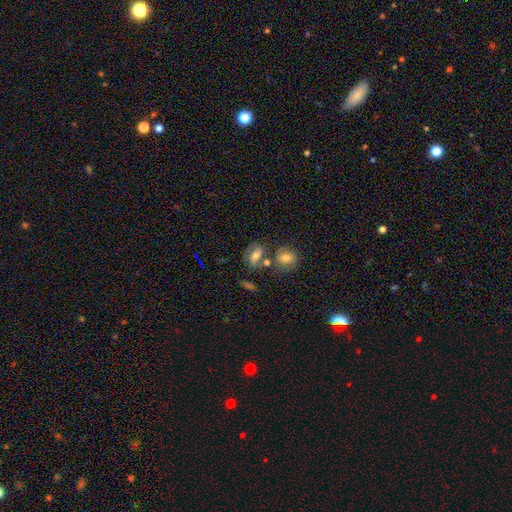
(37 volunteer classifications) Smooth or featured: smooth — 86% (featured or disk — 8%)
How rounded: in between — 88% (round — 9%)
Merging: none — 49% (merger — 26%)